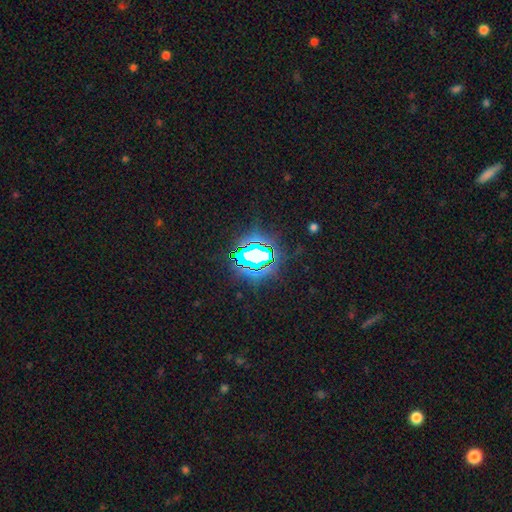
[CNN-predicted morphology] A star or artifact, not a galaxy (74%).